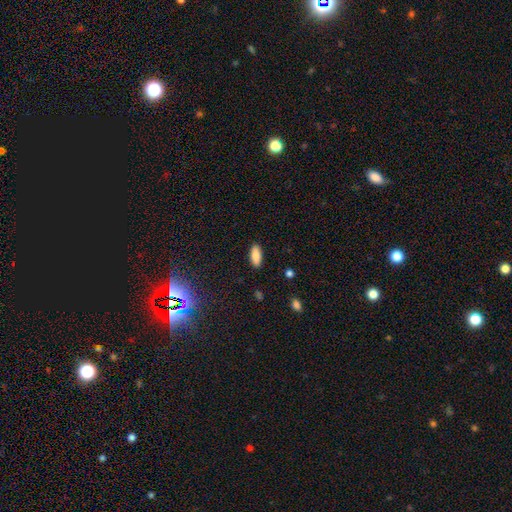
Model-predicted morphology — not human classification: smooth 84%, featured or disk 9%, star or artifact 7%. Down the decision tree: how rounded — in between (77%); merging — none (88%).